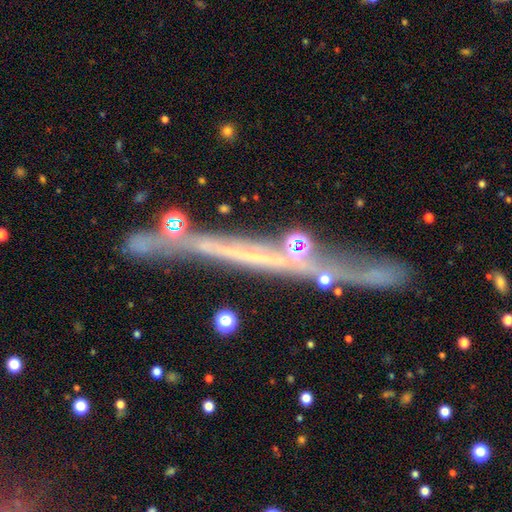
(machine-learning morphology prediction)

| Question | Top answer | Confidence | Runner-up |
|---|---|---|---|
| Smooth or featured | featured or disk | 64% | star or artifact (19%) |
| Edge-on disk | yes | 90% | no (10%) |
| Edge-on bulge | none | 74% | rounded (18%) |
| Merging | none | 68% | minor disturbance (15%) |